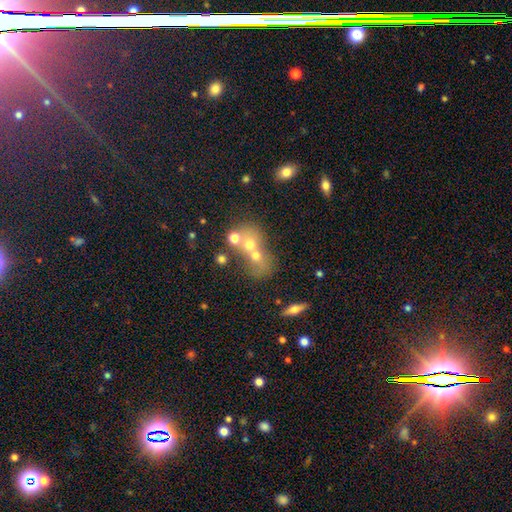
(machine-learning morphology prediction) This appears to be a smooth galaxy with no disk features (53%) that is round (64%). Merging: merger (65%).